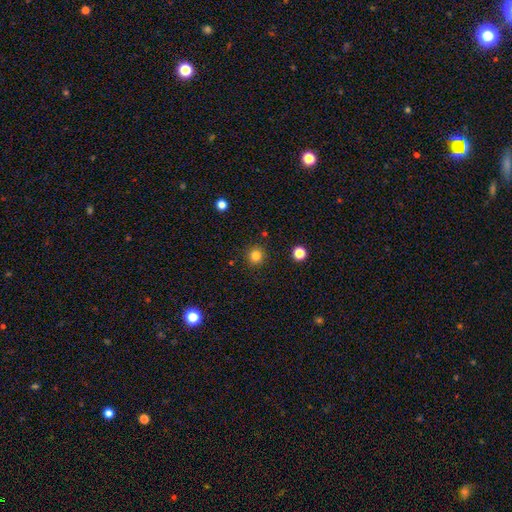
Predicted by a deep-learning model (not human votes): The model was most divided on "smooth or featured": smooth: 82%, star or artifact: 13%, featured or disk: 5%. More confident: how rounded — round (93%); merging — none (91%).